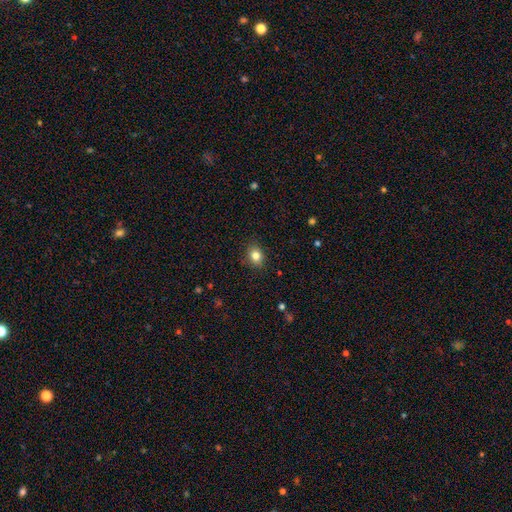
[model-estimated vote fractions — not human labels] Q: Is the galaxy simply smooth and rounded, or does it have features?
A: smooth — 82%.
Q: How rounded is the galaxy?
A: round — 57%.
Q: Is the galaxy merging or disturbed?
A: none — 87%.